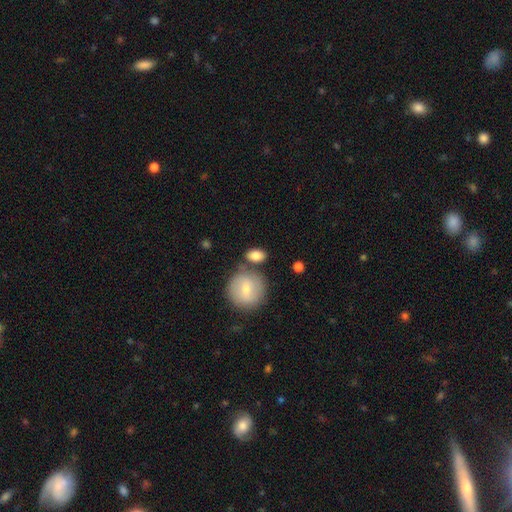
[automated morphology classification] smooth 80%, featured or disk 13%, star or artifact 7%. Down the decision tree: how rounded — in between (68%); merging — none (61%).